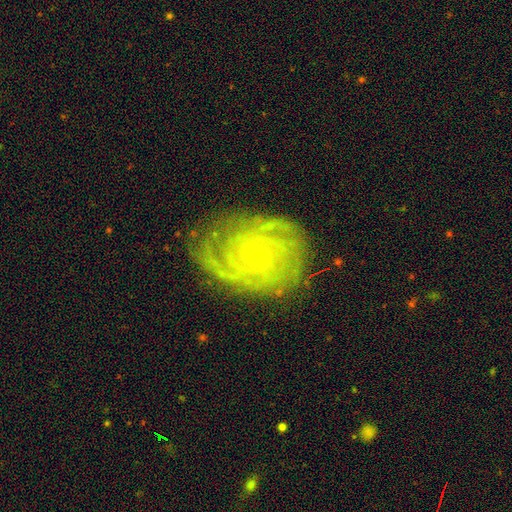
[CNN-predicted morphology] A featured or disk galaxy (86%) with no bar (77%), 2 (22%, tied with can't tell) tight (80%) spiral arms (98%) and a small central bulge (89%).

Vote fractions:
- Smooth or featured? featured or disk: 86% / star or artifact: 7% / smooth: 6%
- Edge-on disk? no: 97% / yes: 3%
- Bar? no: 77% / weak: 18% / strong: 5%
- Spiral arms? yes: 98% / no: 2%
- Spiral winding? tight: 80% / medium: 17% / loose: 3%
- Spiral arm count? 2: 22% (tied) / can't tell: 22% (tied) / 3: 20% / 4: 18% / more than 4: 11% / 1: 8%
- Bulge size? small: 89% / moderate: 7% / none: 2% / large: 1% / dominant: 1%
- Merging? none: 80% / minor disturbance: 15% / major disturbance: 4% / merger: 1%